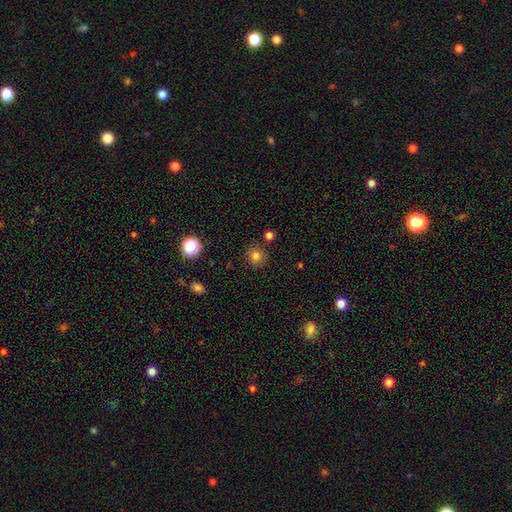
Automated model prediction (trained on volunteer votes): This is clearly a smooth galaxy (81%). How rounded: clearly round (91%). Merging: clearly none (86%).